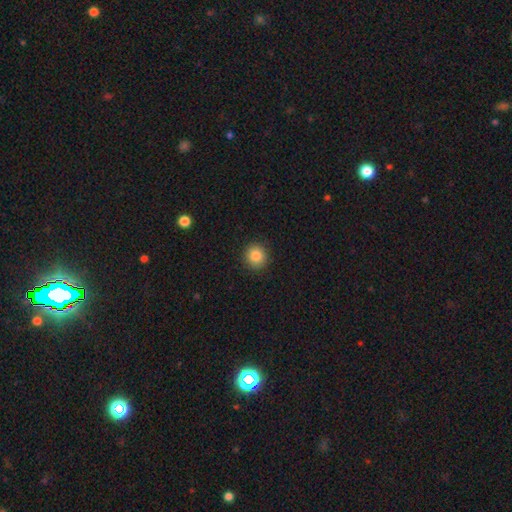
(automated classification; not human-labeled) Smooth or featured: smooth — 84% (star or artifact — 10%)
How rounded: round — 92% (in between — 7%)
Merging: none — 92% (minor disturbance — 6%)